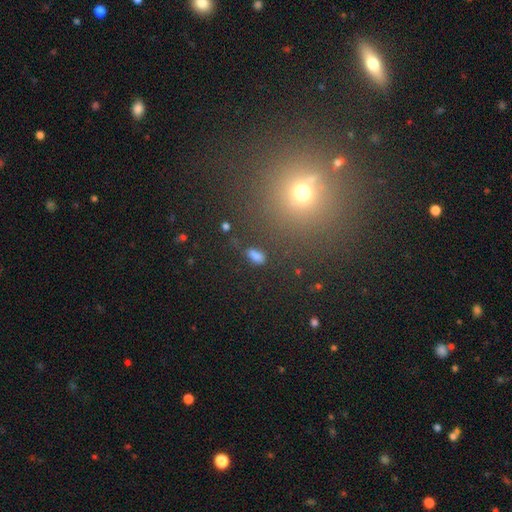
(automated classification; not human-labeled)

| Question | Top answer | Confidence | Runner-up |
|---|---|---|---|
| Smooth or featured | smooth | 75% | star or artifact (18%) |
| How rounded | in between | 84% | round (9%) |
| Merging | none | 73% | minor disturbance (14%) |